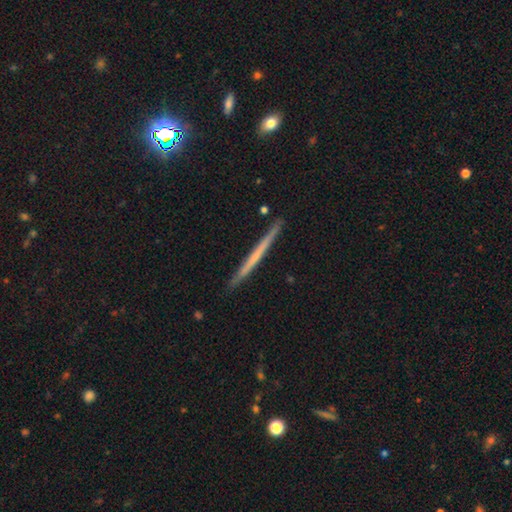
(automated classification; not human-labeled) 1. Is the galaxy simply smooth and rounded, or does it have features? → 53% featured or disk, 41% smooth, 6% star or artifact.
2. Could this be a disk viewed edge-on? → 98% yes, 2% no.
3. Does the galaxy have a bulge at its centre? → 89% none, 8% rounded, 3% boxy.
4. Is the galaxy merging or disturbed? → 91% none, 7% minor disturbance, 1% merger, 1% major disturbance.